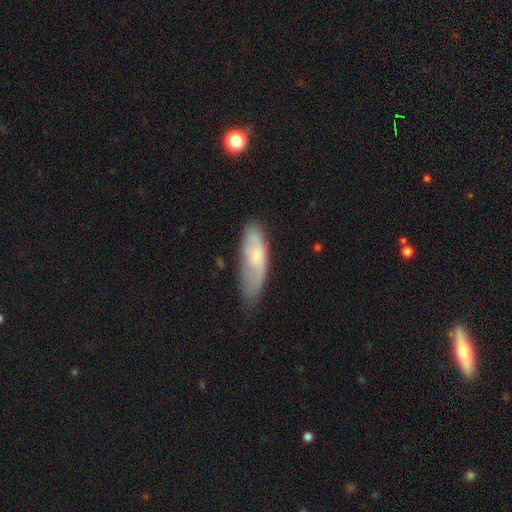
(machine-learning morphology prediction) The model was most divided on "merging": none: 48%, minor disturbance: 36%, major disturbance: 13%, merger: 3%. More confident: smooth or featured — smooth (68%); how rounded — in between (56%).